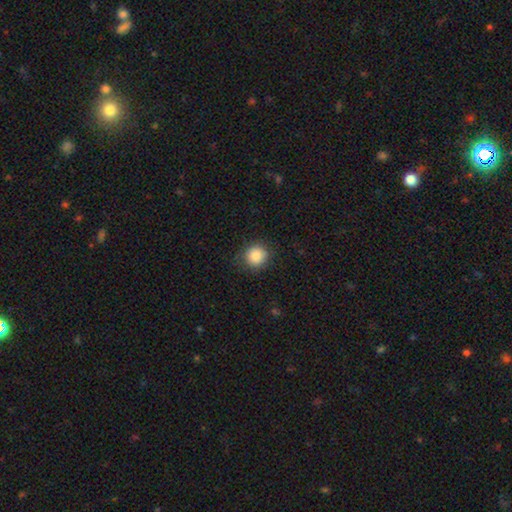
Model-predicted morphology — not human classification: This is clearly a smooth galaxy (86%). How rounded: clearly round (92%). Merging: clearly none (86%).